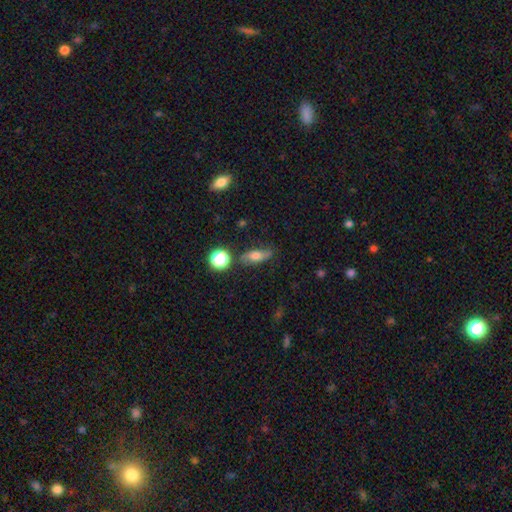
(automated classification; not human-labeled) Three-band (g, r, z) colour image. It shows a smooth galaxy with no disk features (60%) that is in between round and cigar-shaped (60%). Merging: none (73%).